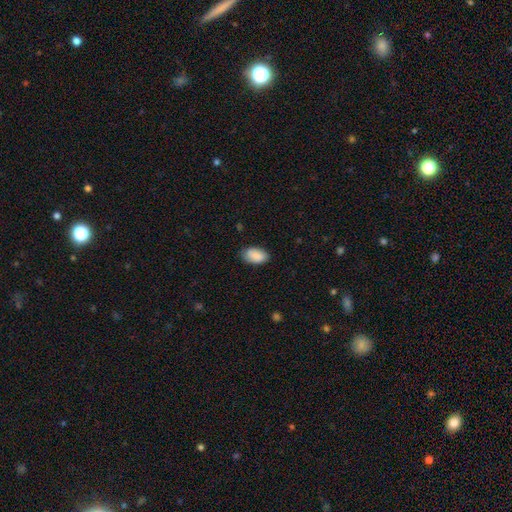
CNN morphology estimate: A smooth galaxy with no disk features (88%) that is in between round and cigar-shaped (93%).

Vote fractions:
- Smooth or featured? smooth: 88% / star or artifact: 6% / featured or disk: 5%
- How rounded? in between: 93% / round: 6% / cigar-shaped: 1%
- Merging? none: 79% / minor disturbance: 17% / major disturbance: 3% / merger: 1%